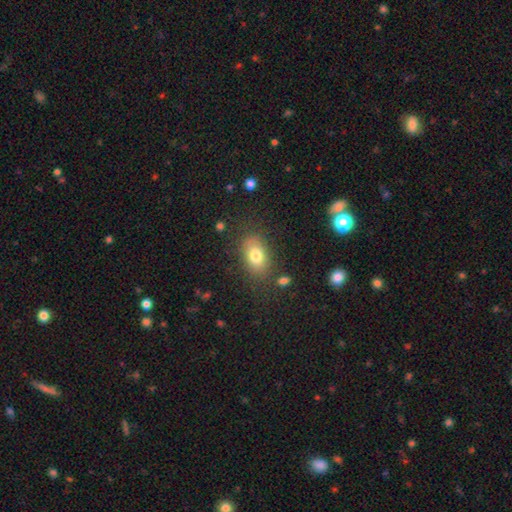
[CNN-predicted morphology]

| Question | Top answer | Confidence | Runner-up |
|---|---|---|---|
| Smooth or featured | smooth | 78% | featured or disk (13%) |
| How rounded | in between | 83% | round (15%) |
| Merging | none | 78% | minor disturbance (14%) |